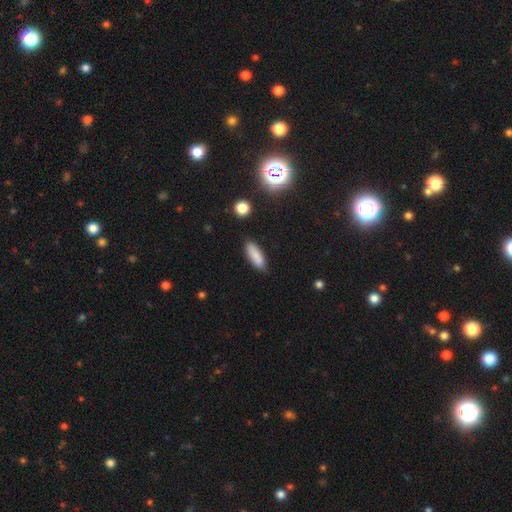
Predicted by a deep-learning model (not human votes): This is clearly a smooth galaxy (84%). How rounded: possibly in between (57%). Merging: clearly none (82%).